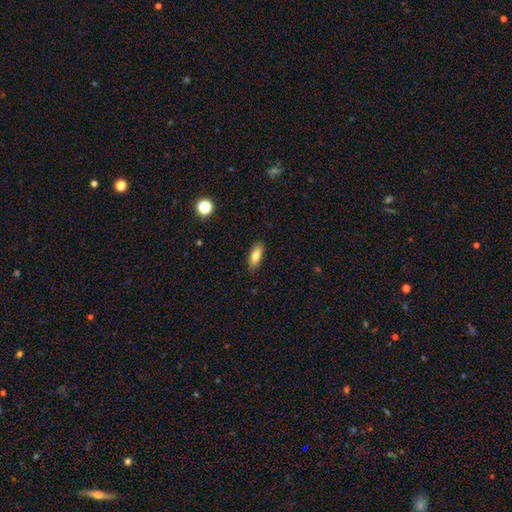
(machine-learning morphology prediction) type=smooth (80%); roundness=in between (77%); merging=none (87%).